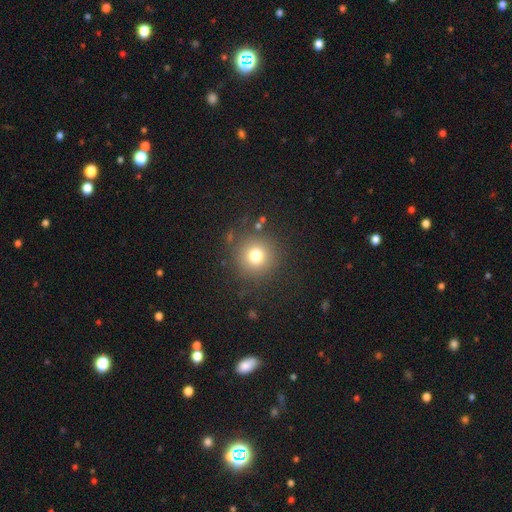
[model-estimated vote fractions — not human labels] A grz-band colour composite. It shows a smooth galaxy with no disk features (75%) that is round (94%). Merging: none (85%).